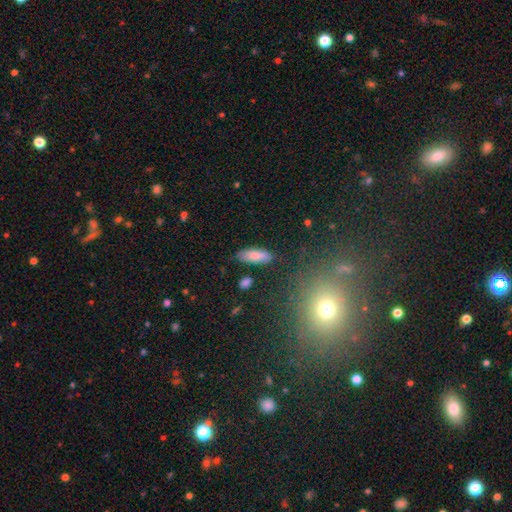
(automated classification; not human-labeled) Overall: smooth (79%). How rounded: in between (70%). Merging: none (79%).